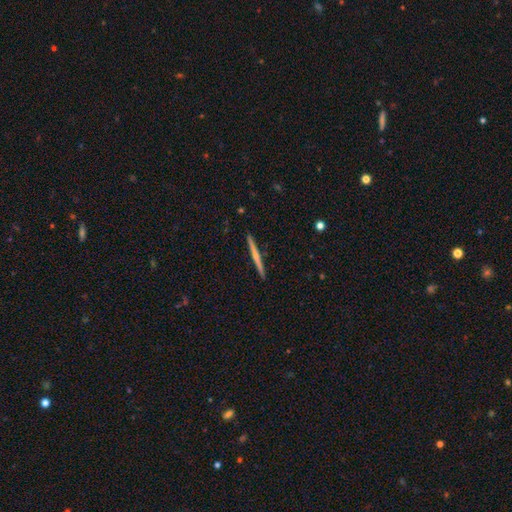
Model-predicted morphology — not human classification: Smooth or featured? Predicted: featured or disk (p=0.53). Edge-on disk? Predicted: yes (p=0.98). Edge-on bulge? Predicted: none (p=0.59). Merging? Predicted: none (p=0.93).